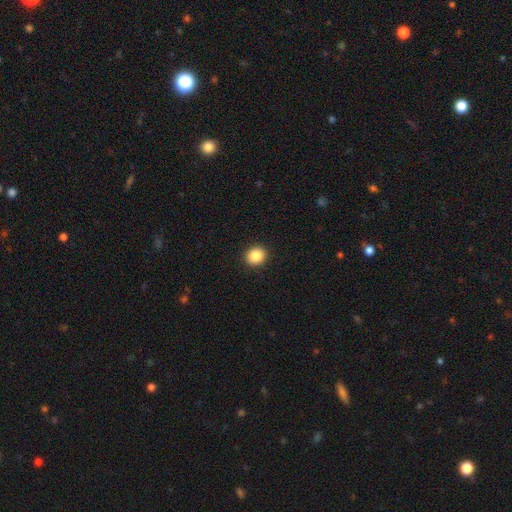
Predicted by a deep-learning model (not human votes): Smooth or featured: smooth — 86% (star or artifact — 9%)
How rounded: round — 83% (in between — 16%)
Merging: none — 93% (minor disturbance — 5%)